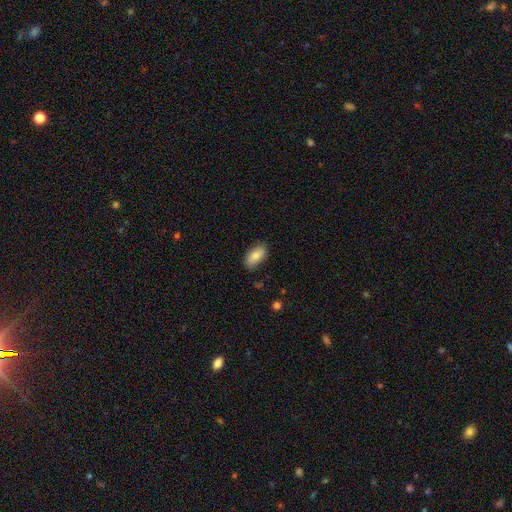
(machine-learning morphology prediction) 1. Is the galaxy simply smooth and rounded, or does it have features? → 78% smooth, 15% featured or disk, 7% star or artifact.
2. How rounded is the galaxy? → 93% in between, 4% cigar-shaped, 4% round.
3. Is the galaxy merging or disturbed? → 81% none, 15% minor disturbance, 3% major disturbance, 1% merger.